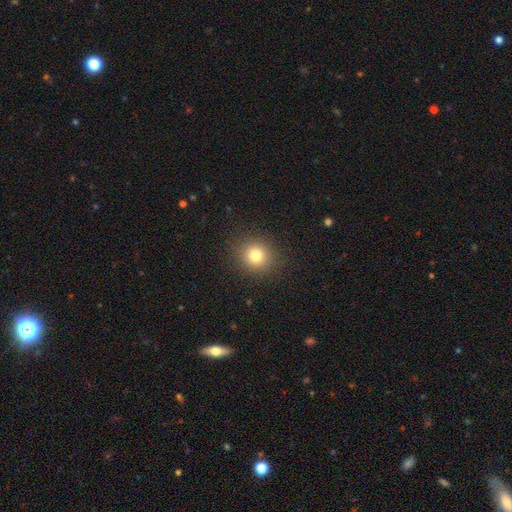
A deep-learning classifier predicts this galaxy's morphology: Smooth or featured?
  - smooth: 78% *
  - star or artifact: 14%
  - featured or disk: 8%
How rounded?
  - round: 87% *
  - in between: 12%
  - cigar-shaped: 1%
Merging?
  - none: 90% *
  - minor disturbance: 6%
  - major disturbance: 3%
  - merger: 1%